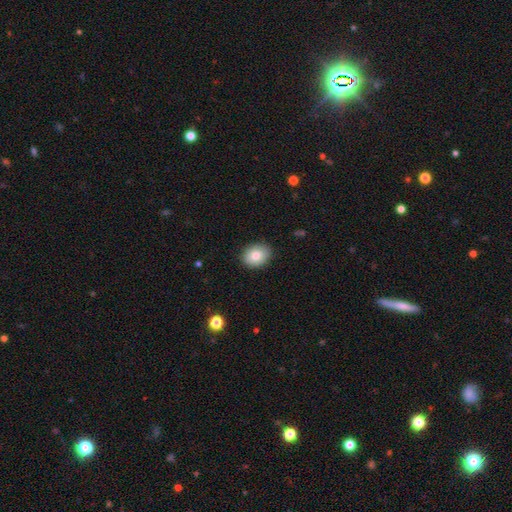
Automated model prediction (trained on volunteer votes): The model was most divided on "how rounded": in between: 54%, round: 45%, cigar-shaped: 1%. More confident: merging — none (87%); smooth or featured — smooth (80%).